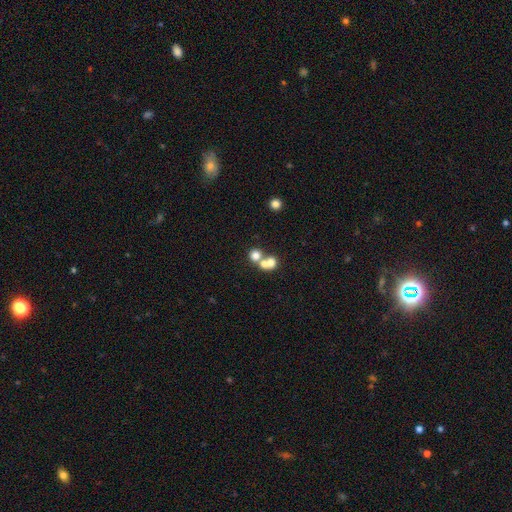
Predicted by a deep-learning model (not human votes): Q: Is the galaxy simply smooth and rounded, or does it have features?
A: smooth — 68%.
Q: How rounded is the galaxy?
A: round — 80%.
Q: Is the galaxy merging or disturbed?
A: merger — 57%.